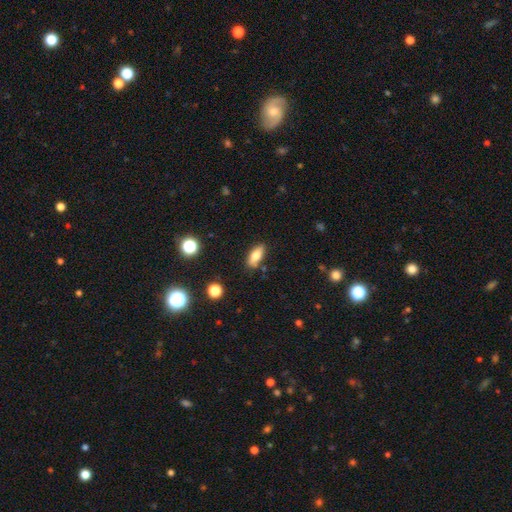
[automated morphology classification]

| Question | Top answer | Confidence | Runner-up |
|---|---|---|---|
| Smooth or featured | smooth | 76% | featured or disk (16%) |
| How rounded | in between | 80% | cigar-shaped (17%) |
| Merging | none | 81% | minor disturbance (13%) |